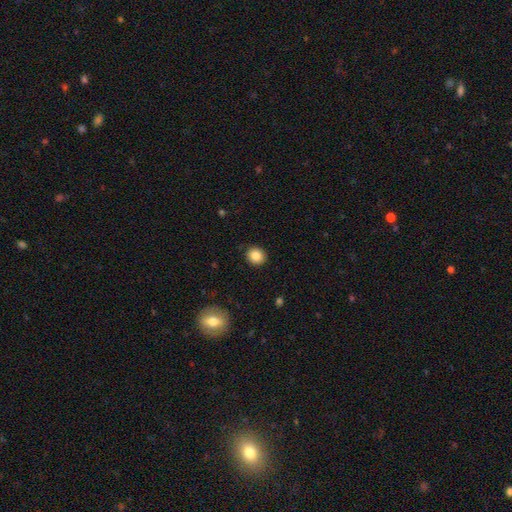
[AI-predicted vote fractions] A smooth galaxy with no disk features (86%) that is round (82%).

Vote fractions:
- Smooth or featured? smooth: 86% / star or artifact: 9% / featured or disk: 5%
- How rounded? round: 82% / in between: 17% / cigar-shaped: 1%
- Merging? none: 91% / minor disturbance: 6% / major disturbance: 2% / merger: 1%